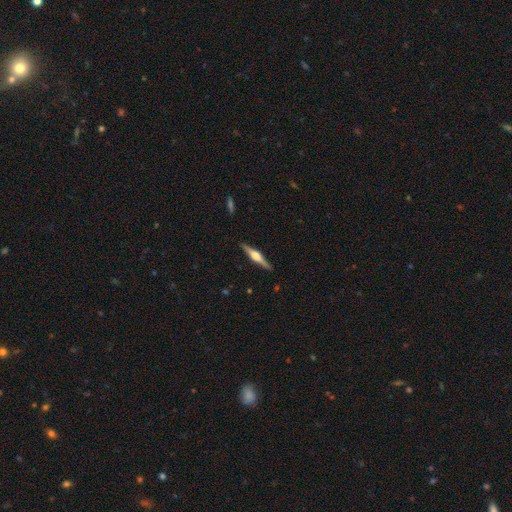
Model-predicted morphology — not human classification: This appears to be a featured or disk galaxy (75%) viewed edge-on (98%) with a rounded central bulge (89%). Merging: none (91%).